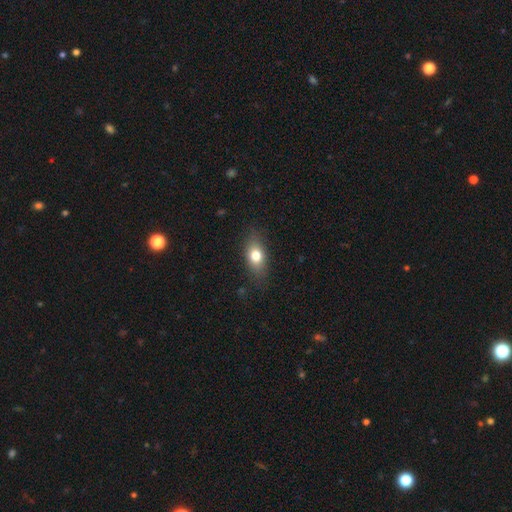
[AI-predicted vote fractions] This is likely a smooth galaxy (76%). How rounded: likely in between (77%). Merging: clearly none (82%).